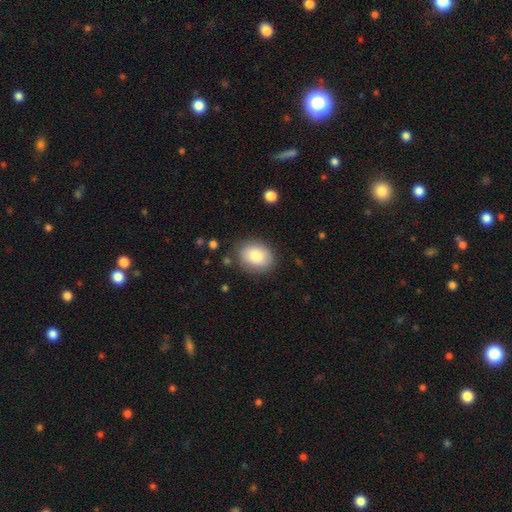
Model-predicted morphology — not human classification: The model was most divided on "how rounded": in between: 60%, round: 39%, cigar-shaped: 1%. More confident: smooth or featured — smooth (84%); merging — none (82%).